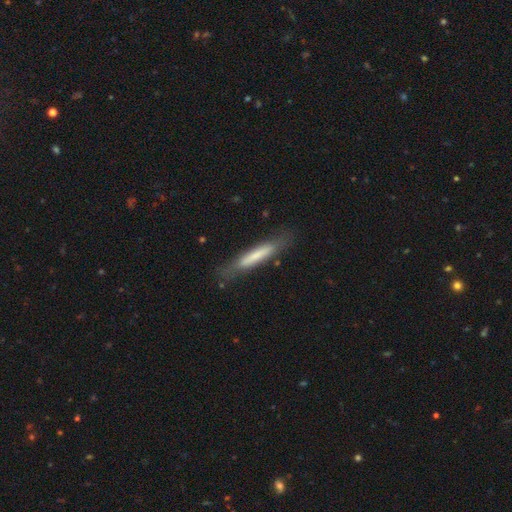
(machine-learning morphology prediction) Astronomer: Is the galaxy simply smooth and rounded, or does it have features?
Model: smooth — 64%.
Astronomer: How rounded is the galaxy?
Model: cigar-shaped — 92%.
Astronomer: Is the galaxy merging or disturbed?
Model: none — 77%.